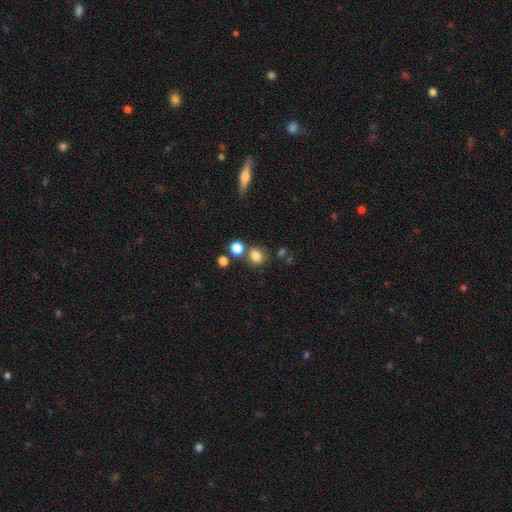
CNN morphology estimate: The model was most divided on "how rounded": round: 73%, in between: 26%, cigar-shaped: 1%. More confident: smooth or featured — smooth (79%); merging — none (66%).